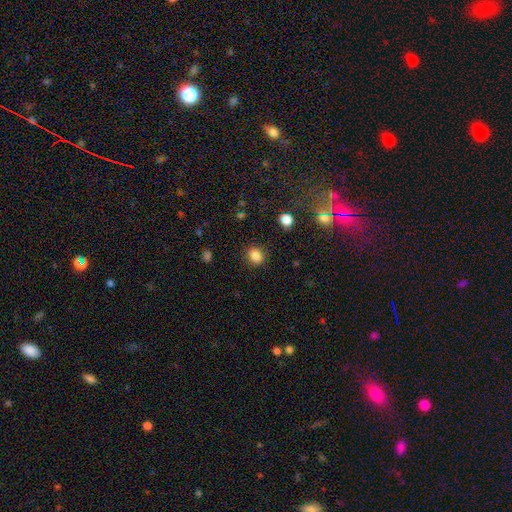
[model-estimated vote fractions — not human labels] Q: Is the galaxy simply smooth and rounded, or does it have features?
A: smooth — 84%.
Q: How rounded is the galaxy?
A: round — 75%.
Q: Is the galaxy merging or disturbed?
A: none — 88%.